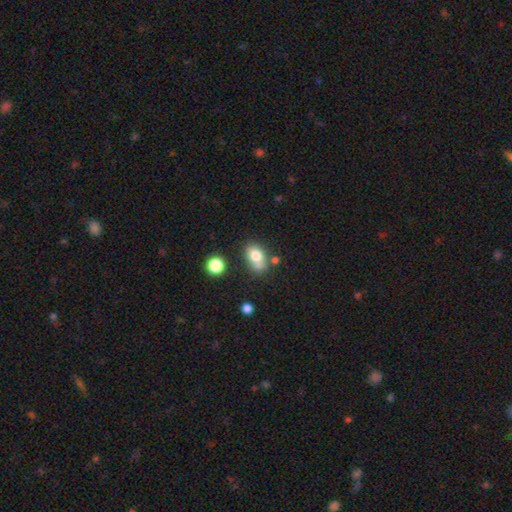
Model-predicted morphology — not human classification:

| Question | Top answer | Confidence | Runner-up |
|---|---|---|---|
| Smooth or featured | smooth | 76% | featured or disk (14%) |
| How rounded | in between | 78% | round (20%) |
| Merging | none | 51% | minor disturbance (22%) |